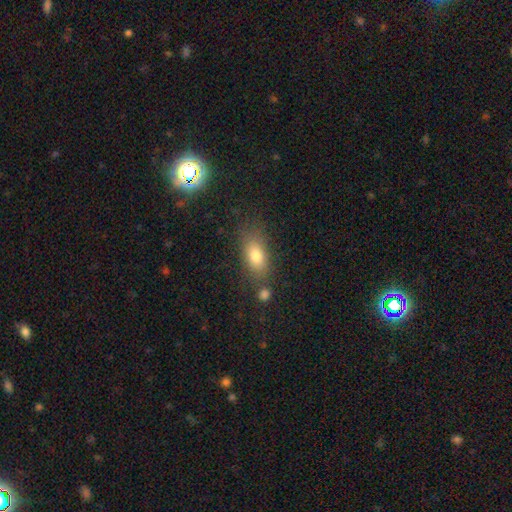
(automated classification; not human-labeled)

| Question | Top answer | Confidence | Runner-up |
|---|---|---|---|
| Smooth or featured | smooth | 75% | star or artifact (13%) |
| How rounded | in between | 79% | cigar-shaped (11%) |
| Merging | none | 73% | minor disturbance (15%) |